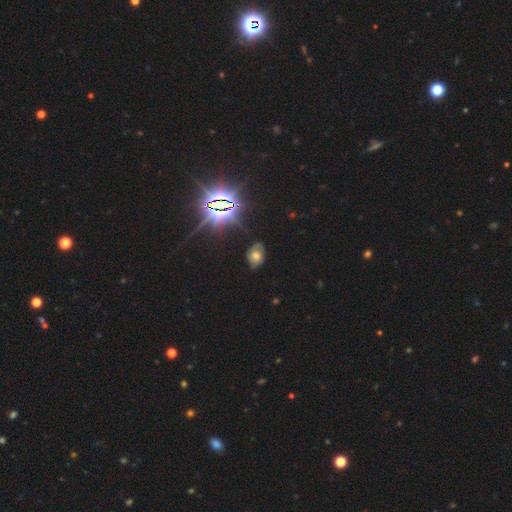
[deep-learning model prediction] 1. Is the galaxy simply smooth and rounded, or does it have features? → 41% star or artifact, 35% smooth, 25% featured or disk.